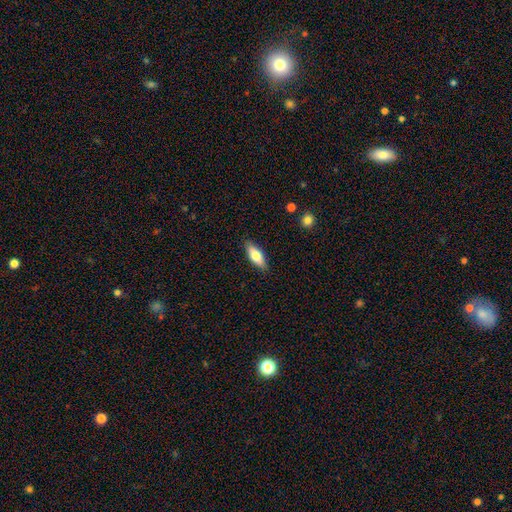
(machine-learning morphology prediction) smooth-or-featured: smooth: 70% | featured or disk: 24% | star or artifact: 6%
  how-rounded: in between: 67% | cigar-shaped: 30% | round: 2%
  merging: none: 88% | minor disturbance: 9% | major disturbance: 2% | merger: 1%